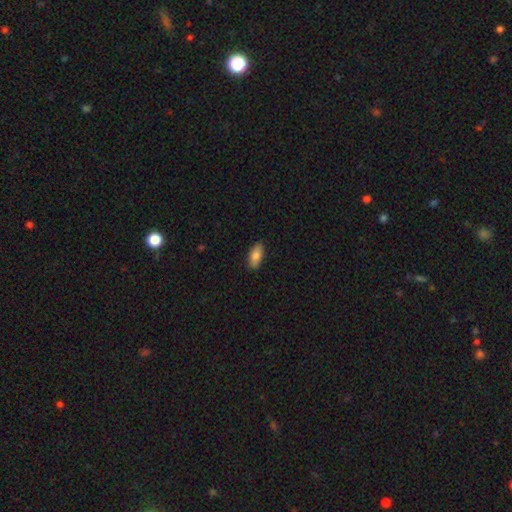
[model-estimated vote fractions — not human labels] A smooth galaxy with no disk features (83%) that is in between round and cigar-shaped (89%). Merging: none (87%).